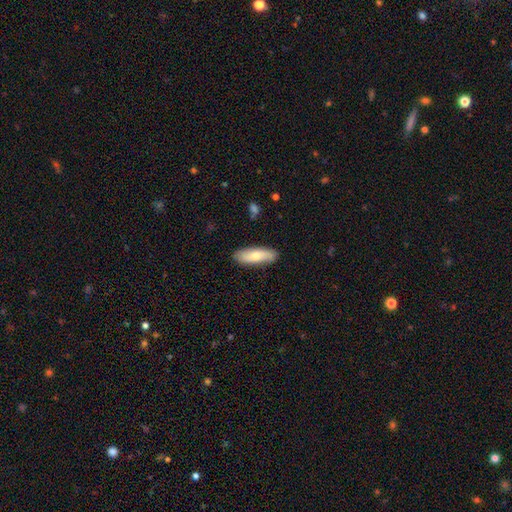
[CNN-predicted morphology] smooth-or-featured: smooth: 70% | featured or disk: 25% | star or artifact: 5%
  how-rounded: in between: 56% | cigar-shaped: 42% | round: 2%
  merging: none: 86% | minor disturbance: 11% | major disturbance: 2% | merger: 1%